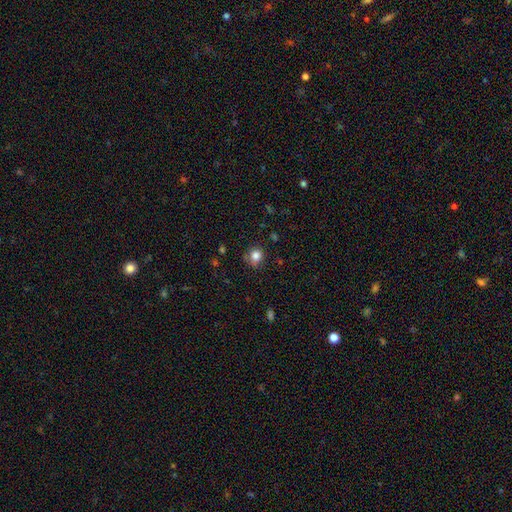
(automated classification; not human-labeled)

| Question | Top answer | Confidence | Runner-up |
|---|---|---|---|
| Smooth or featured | smooth | 82% | star or artifact (12%) |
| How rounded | round | 84% | in between (15%) |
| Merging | none | 72% | minor disturbance (20%) |